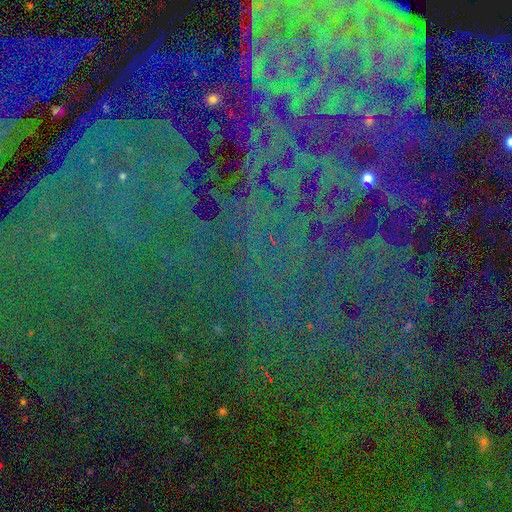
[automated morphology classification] Smooth or featured?
  - star or artifact: 80% *
  - featured or disk: 11%
  - smooth: 9%